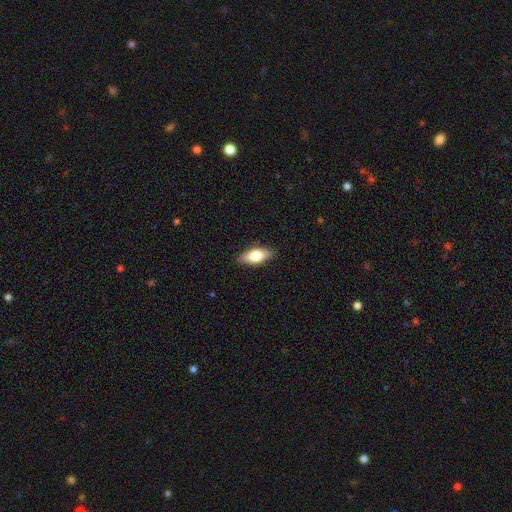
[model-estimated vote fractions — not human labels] Smooth or featured? Predicted: smooth (p=0.69). How rounded? Predicted: in between (p=0.82). Merging? Predicted: none (p=0.87).